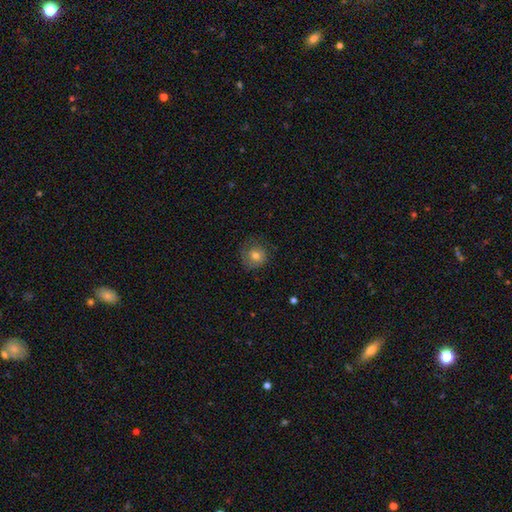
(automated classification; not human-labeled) smooth 71%, featured or disk 20%, star or artifact 10%. Down the decision tree: how rounded — round (88%); merging — none (71%).